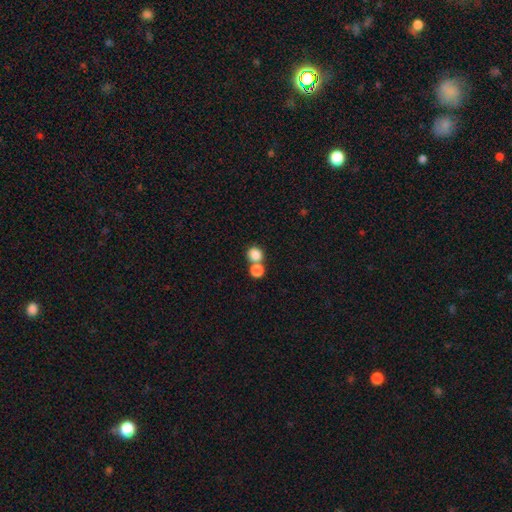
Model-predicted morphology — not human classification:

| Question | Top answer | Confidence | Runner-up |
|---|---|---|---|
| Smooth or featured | smooth | 84% | star or artifact (10%) |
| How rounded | round | 78% | in between (21%) |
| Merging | merger | 46% | none (45%) |